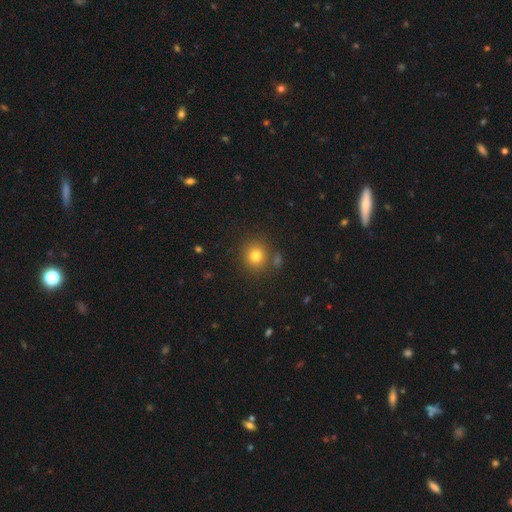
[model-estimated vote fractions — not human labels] Smooth or featured?
  - smooth: 80% *
  - star or artifact: 13%
  - featured or disk: 7%
How rounded?
  - round: 88% *
  - in between: 11%
  - cigar-shaped: 1%
Merging?
  - none: 81% *
  - minor disturbance: 9%
  - merger: 7%
  - major disturbance: 3%